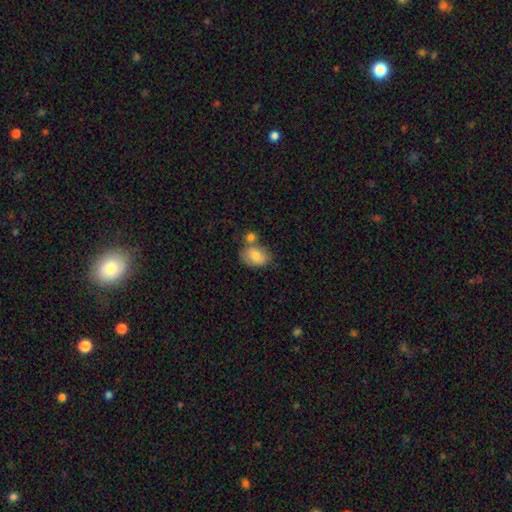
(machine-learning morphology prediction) Smooth or featured? Predicted: smooth (p=0.77). How rounded? Predicted: in between (p=0.73). Merging? Predicted: none (p=0.50).